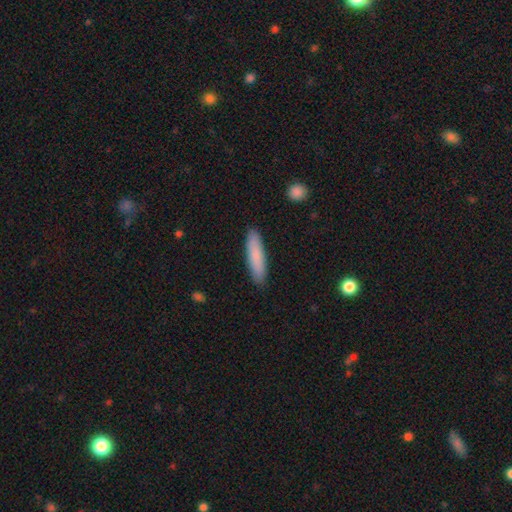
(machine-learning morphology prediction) Smooth or featured? Predicted: smooth (p=0.85). How rounded? Predicted: cigar-shaped (p=0.81). Merging? Predicted: none (p=0.90).